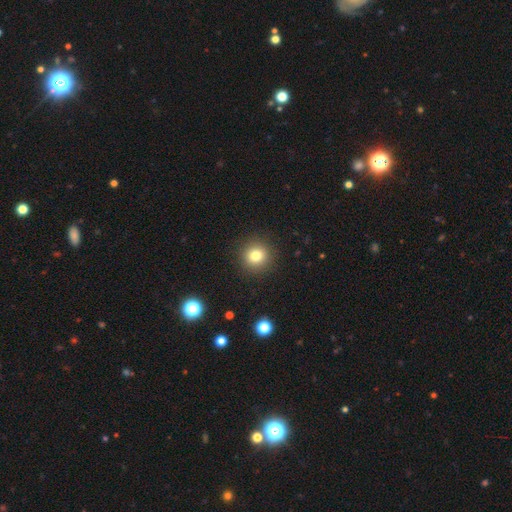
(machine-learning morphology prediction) This is likely a smooth galaxy (79%). How rounded: clearly round (93%). Merging: clearly none (91%).